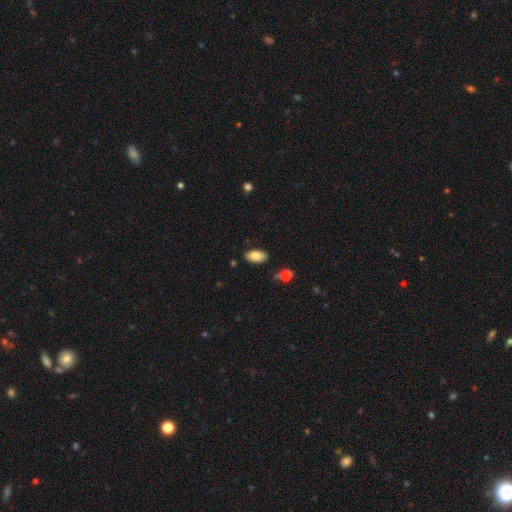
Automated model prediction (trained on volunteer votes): Smooth or featured?
  - smooth: 83% *
  - featured or disk: 10%
  - star or artifact: 7%
How rounded?
  - in between: 94% *
  - round: 4%
  - cigar-shaped: 2%
Merging?
  - none: 84% *
  - minor disturbance: 11%
  - merger: 3%
  - major disturbance: 2%